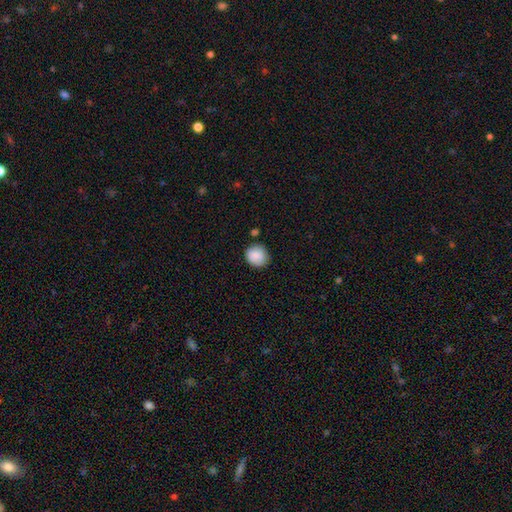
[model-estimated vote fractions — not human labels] Smooth or featured? Predicted: smooth (p=0.87). How rounded? Predicted: round (p=0.84). Merging? Predicted: none (p=0.79).